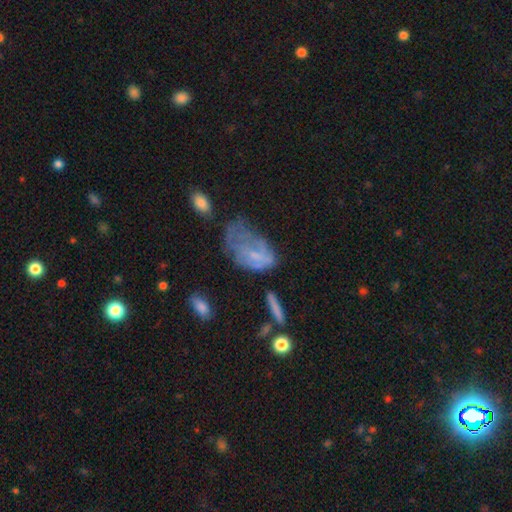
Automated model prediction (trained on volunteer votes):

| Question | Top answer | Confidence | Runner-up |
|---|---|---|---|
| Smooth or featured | smooth | 45% | featured or disk (43%) |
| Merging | major disturbance | 42% | minor disturbance (29%) |